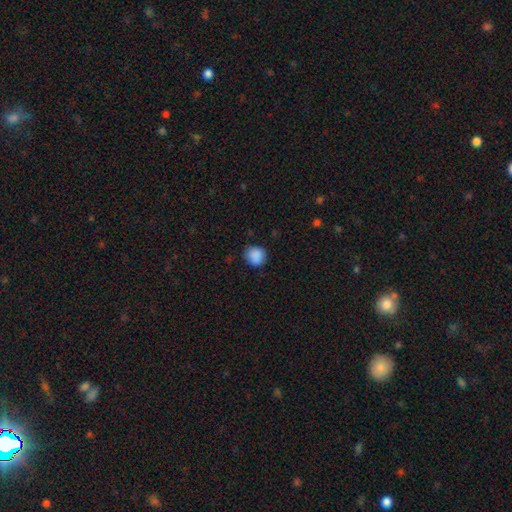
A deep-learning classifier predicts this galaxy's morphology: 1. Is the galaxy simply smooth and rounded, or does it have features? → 88% smooth, 9% star or artifact, 3% featured or disk.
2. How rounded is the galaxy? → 88% round, 11% in between, 1% cigar-shaped.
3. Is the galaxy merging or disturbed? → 82% none, 14% minor disturbance, 3% major disturbance, 1% merger.